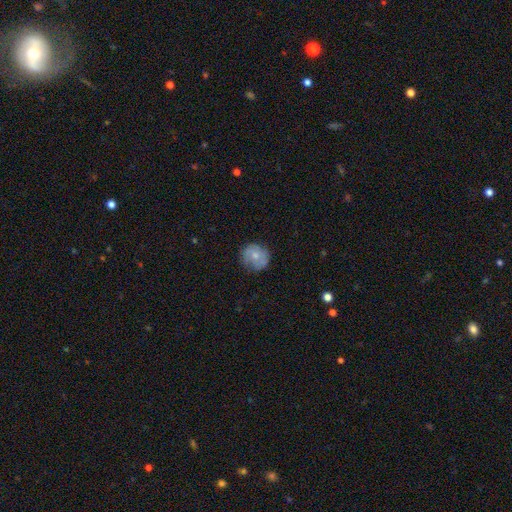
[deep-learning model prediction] Overall: smooth (50%; featured or disk 42%). How rounded: round (84%). Merging: none (74%).